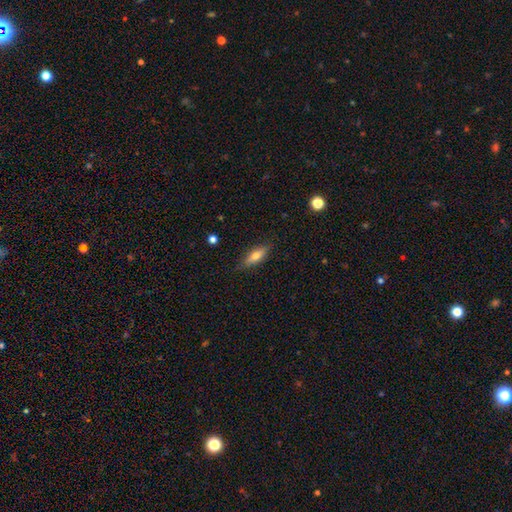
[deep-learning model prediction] smooth 65%, featured or disk 28%, star or artifact 7%. Down the decision tree: how rounded — in between (58%); merging — none (81%).